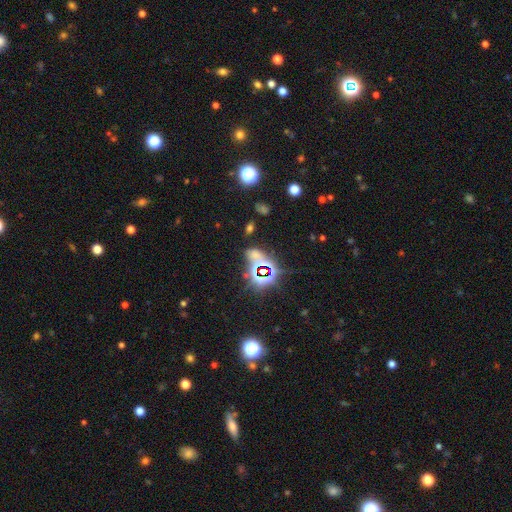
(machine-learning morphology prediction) Overall: star or artifact (64%; smooth 25%).